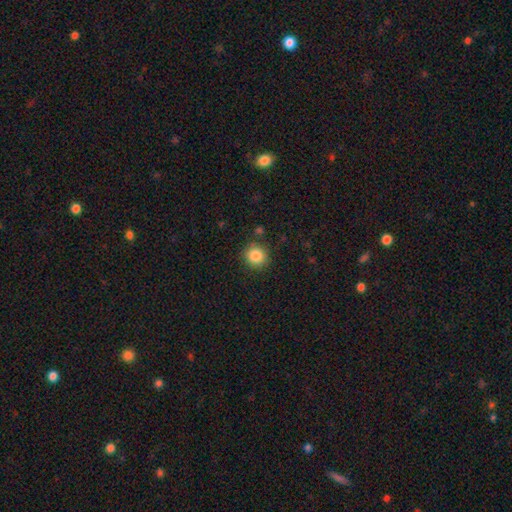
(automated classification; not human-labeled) Morphology: type=smooth (85%); roundness=round (90%); merging=none (86%).